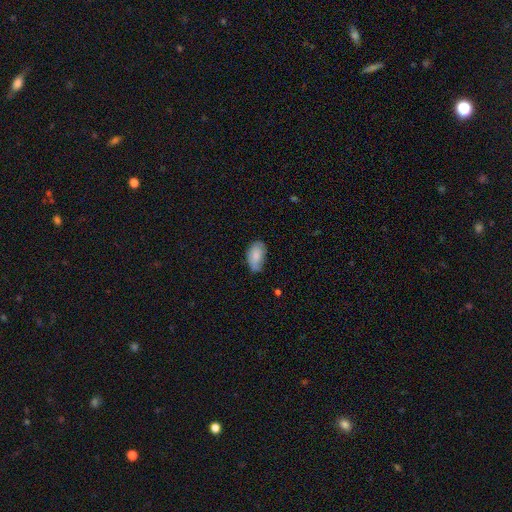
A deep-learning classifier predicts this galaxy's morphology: type=smooth (78%); roundness=in between (93%); merging=none (55%).